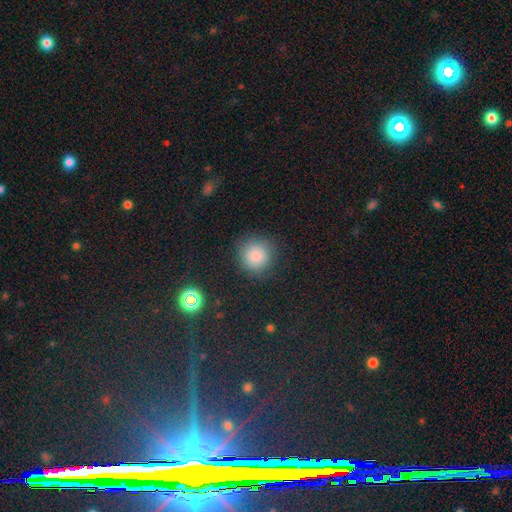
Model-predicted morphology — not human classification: smooth 84%, star or artifact 11%, featured or disk 5%. Down the decision tree: how rounded — round (93%); merging — none (85%).